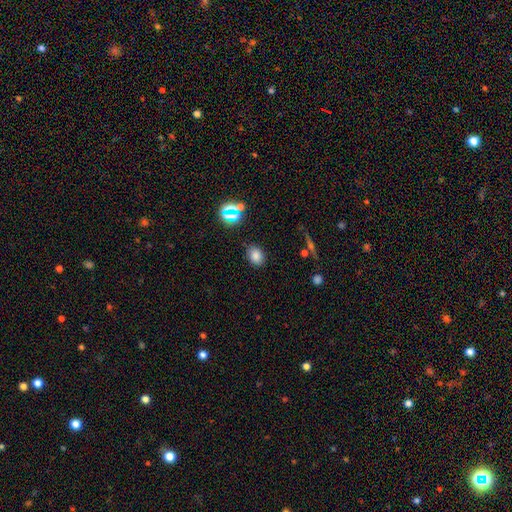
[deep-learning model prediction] Q: Smooth or featured?
A: smooth (75%); runner-up: star or artifact (17%)
Q: How rounded?
A: in between (70%); runner-up: round (29%)
Q: Merging?
A: none (84%); runner-up: minor disturbance (11%)